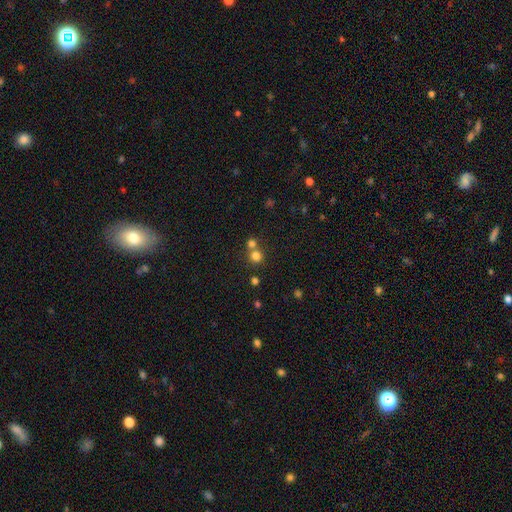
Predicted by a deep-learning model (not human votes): Smooth or featured? smooth (77%)
How rounded? round (89%)
Merging? none (55%)